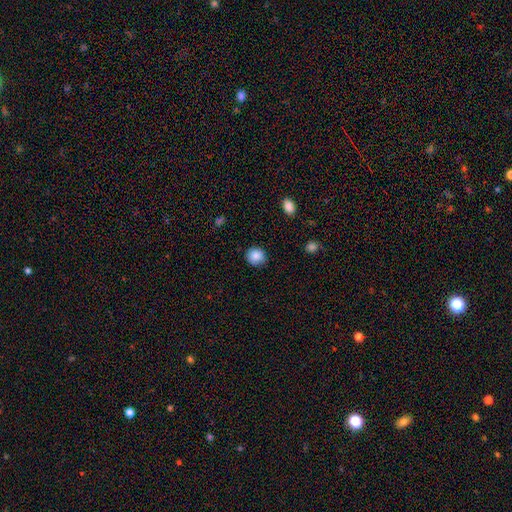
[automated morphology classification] smooth_or_featured: smooth (p=0.86) [alt: star or artifact p=0.09]
how_rounded: round (p=0.87) [alt: in between p=0.12]
merging: none (p=0.86) [alt: minor disturbance p=0.11]